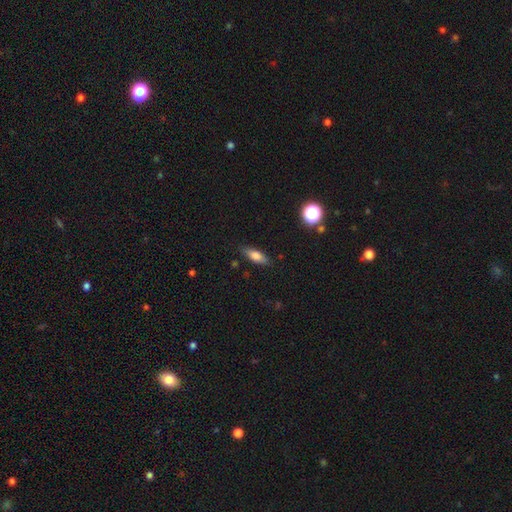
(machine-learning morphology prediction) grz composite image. It shows a smooth galaxy with no disk features (71%) that is in between round and cigar-shaped (60%). Merging: none (84%).